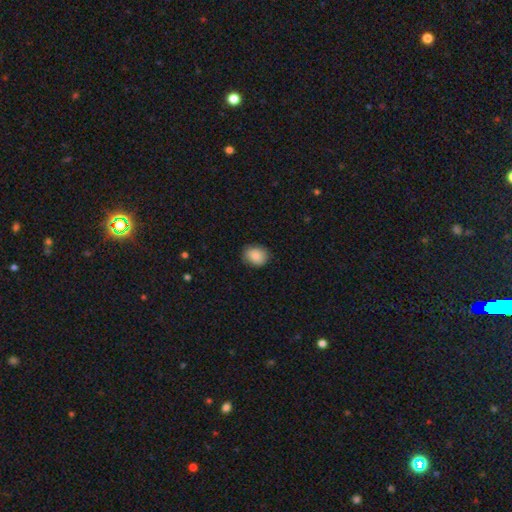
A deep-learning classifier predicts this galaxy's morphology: smooth 86%, star or artifact 7%, featured or disk 7%. Down the decision tree: how rounded — round (53%); merging — none (81%).